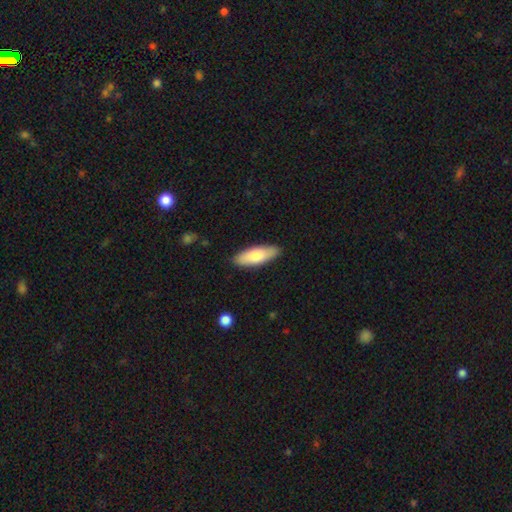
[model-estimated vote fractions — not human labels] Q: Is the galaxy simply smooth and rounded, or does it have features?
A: smooth — 79%.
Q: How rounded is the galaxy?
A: in between — 66%.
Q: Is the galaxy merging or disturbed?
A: none — 88%.